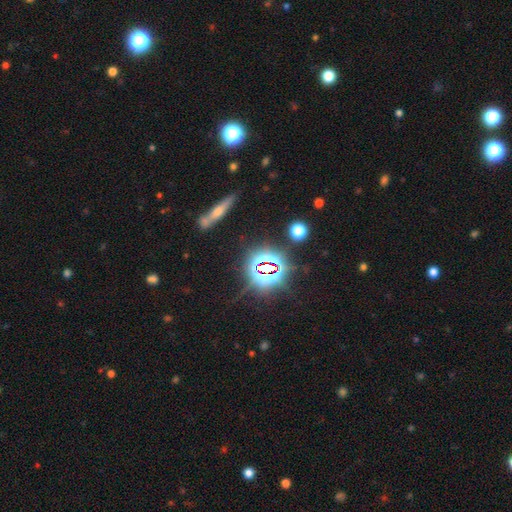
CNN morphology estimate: smooth-or-featured: star or artifact: 66% | smooth: 18% | featured or disk: 16%